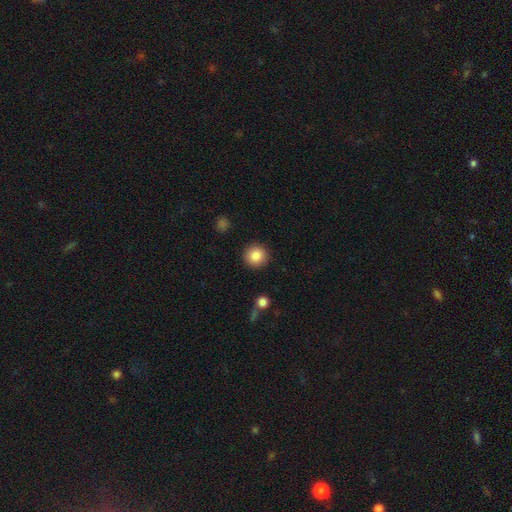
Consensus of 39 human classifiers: smooth-or-featured: smooth: 95% | star or artifact: 5% | featured or disk: 0%
  how-rounded: round: 95% | in between: 5% | cigar-shaped: 0%
  merging: none: 92% | minor disturbance: 5% | major disturbance: 3% | merger: 0%